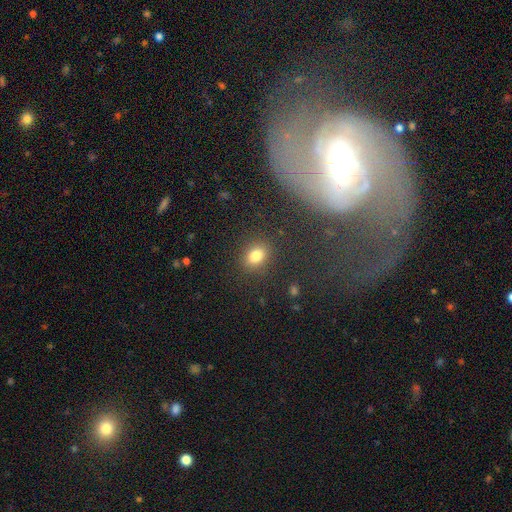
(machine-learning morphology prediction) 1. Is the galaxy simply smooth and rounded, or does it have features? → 80% smooth, 13% star or artifact, 7% featured or disk.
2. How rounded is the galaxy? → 55% in between, 44% round, 2% cigar-shaped.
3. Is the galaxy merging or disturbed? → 84% none, 10% minor disturbance, 4% major disturbance, 2% merger.